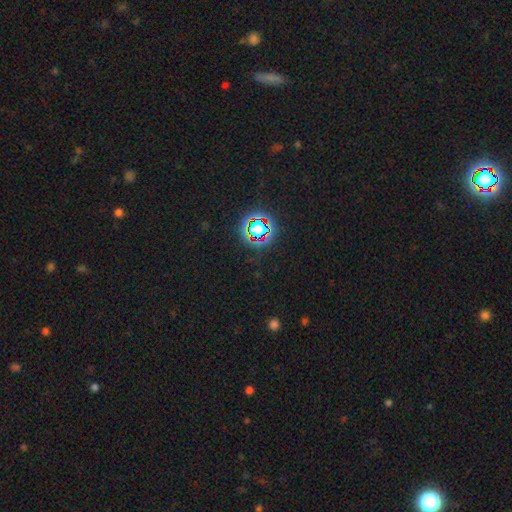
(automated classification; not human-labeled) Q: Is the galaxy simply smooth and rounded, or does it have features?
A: star or artifact — 79%.